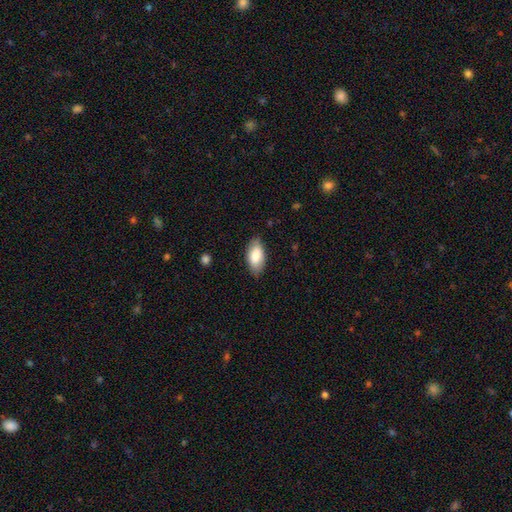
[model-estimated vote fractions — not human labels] Morphology: type=smooth (83%); roundness=in between (91%); merging=none (82%).